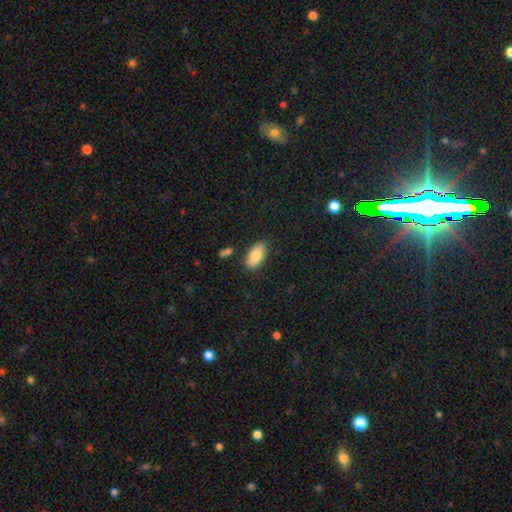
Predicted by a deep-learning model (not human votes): This is clearly a smooth galaxy (85%). How rounded: clearly in between (92%). Merging: clearly none (83%).